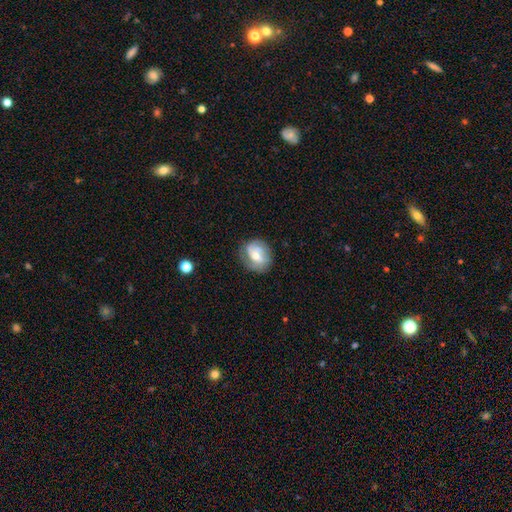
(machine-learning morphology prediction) Smooth or featured: featured or disk — 60% (smooth — 32%)
Edge-on disk: no — 96% (yes — 4%)
Bar: no — 43% (weak — 40%)
Spiral arms: yes — 79% (no — 21%)
Bulge size: moderate — 62% (small — 32%)
Merging: none — 73% (minor disturbance — 19%)